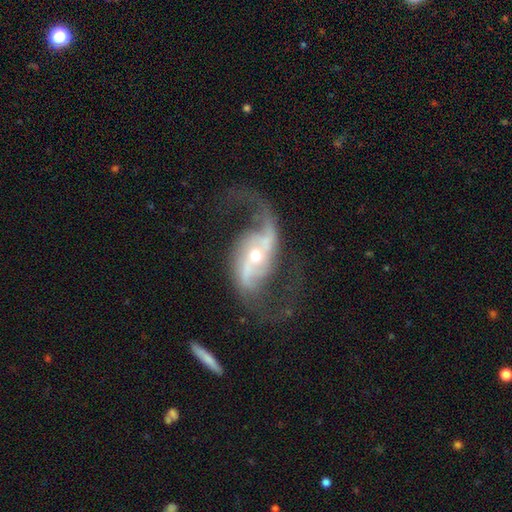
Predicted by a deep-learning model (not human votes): smooth-or-featured: featured or disk: 90% | star or artifact: 5% | smooth: 4%
  disk-edge-on: no: 96% | yes: 4%
    bar: strong: 35% | weak: 34% | no: 31%
    has-spiral-arms: yes: 97% | no: 3%
      spiral-winding: loose: 70% | medium: 25% | tight: 5%
      spiral-arm-count: 2: 93% | 1: 2% | can't tell: 2% | 3: 1% | 4: 1% | more than 4: 1%
    bulge-size: moderate: 50% | small: 44% | large: 4% | dominant: 1% | none: 1%
  merging: none: 67% | major disturbance: 16% | minor disturbance: 14% | merger: 3%